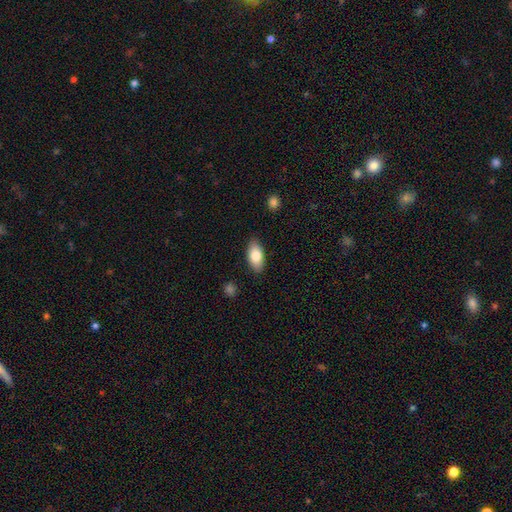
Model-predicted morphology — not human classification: smooth 81%, featured or disk 12%, star or artifact 6%. Down the decision tree: how rounded — in between (90%); merging — none (86%).